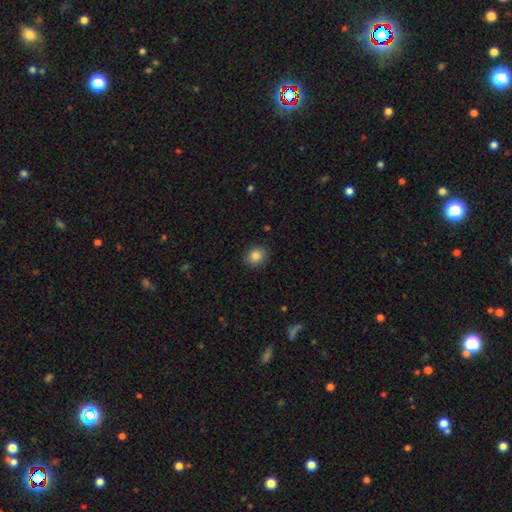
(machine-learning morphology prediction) A smooth galaxy with no disk features (85%) that is round (68%).

Vote fractions:
- Smooth or featured? smooth: 85% / star or artifact: 9% / featured or disk: 5%
- How rounded? round: 68% / in between: 31% / cigar-shaped: 1%
- Merging? none: 89% / minor disturbance: 8% / major disturbance: 2% / merger: 1%